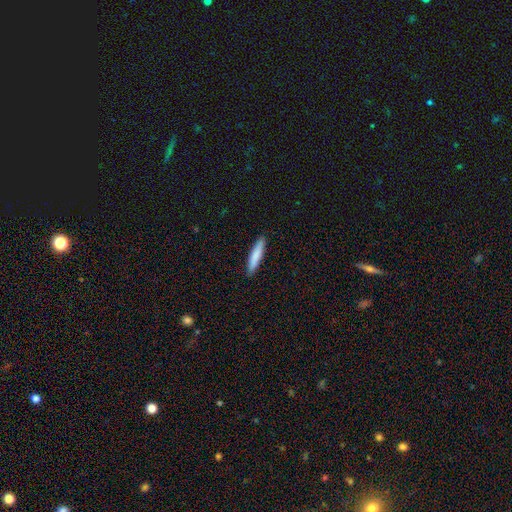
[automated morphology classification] Smooth or featured? Predicted: smooth (p=0.80). How rounded? Predicted: cigar-shaped (p=0.88). Merging? Predicted: none (p=0.91).